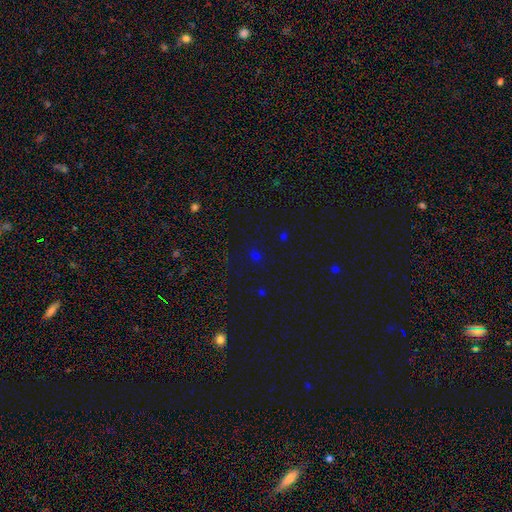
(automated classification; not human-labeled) Overall: smooth (57%; star or artifact 37%). How rounded: round (67%; in between 32%). Merging: none (81%).